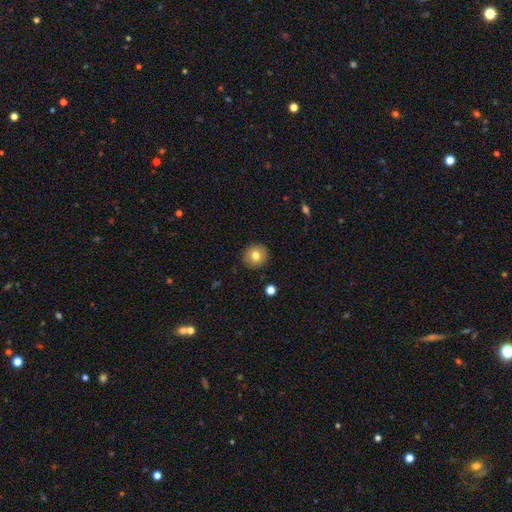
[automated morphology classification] Overall: smooth (76%). How rounded: round (92%). Merging: none (91%).